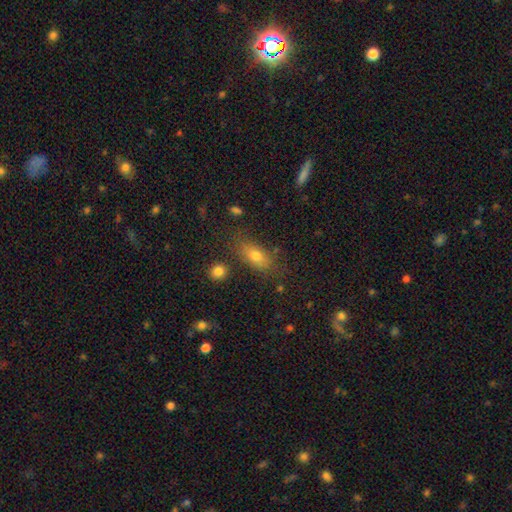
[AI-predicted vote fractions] Smooth or featured: smooth — 72% (featured or disk — 15%)
How rounded: in between — 76% (cigar-shaped — 16%)
Merging: none — 75% (minor disturbance — 16%)